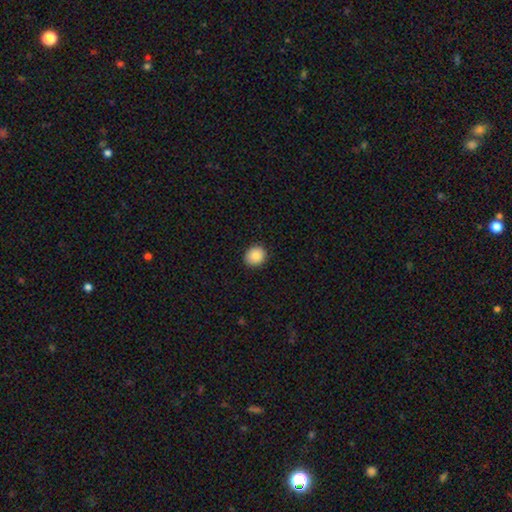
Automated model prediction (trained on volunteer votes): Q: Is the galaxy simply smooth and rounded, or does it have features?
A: smooth — 86%.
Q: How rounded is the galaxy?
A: round — 78%.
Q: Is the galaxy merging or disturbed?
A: none — 89%.